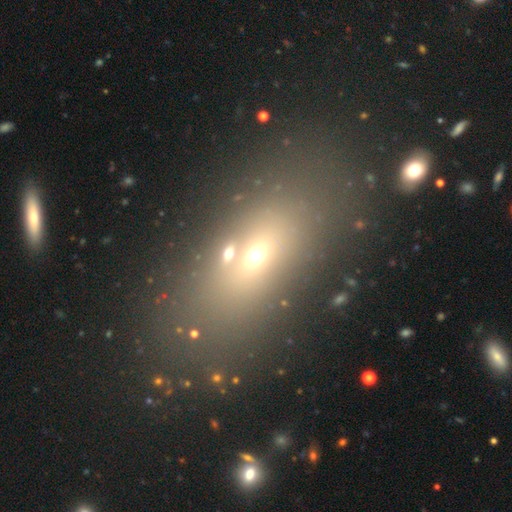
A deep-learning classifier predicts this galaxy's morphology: A smooth galaxy with no disk features (51%) that is in between round and cigar-shaped (71%). Merging: none (74%).